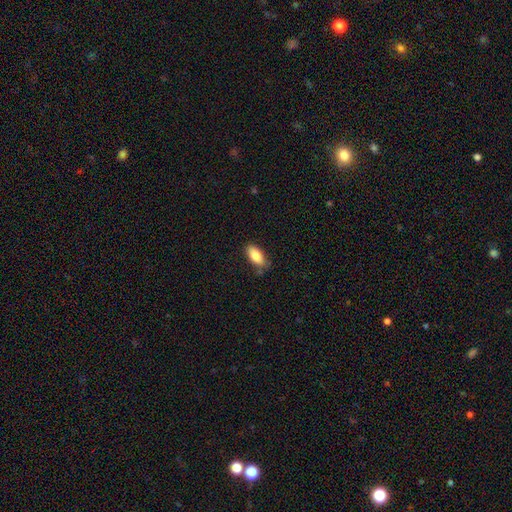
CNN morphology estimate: This is clearly a smooth galaxy (85%). How rounded: clearly in between (88%). Merging: likely none (75%).